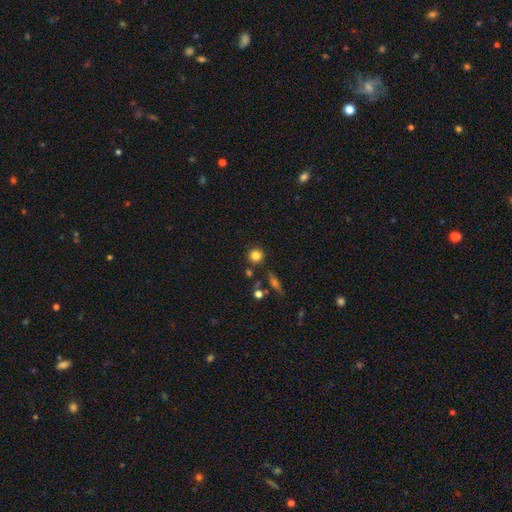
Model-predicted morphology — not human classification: The model was most divided on "smooth or featured": smooth: 81%, star or artifact: 11%, featured or disk: 7%. More confident: how rounded — round (93%); merging — none (84%).